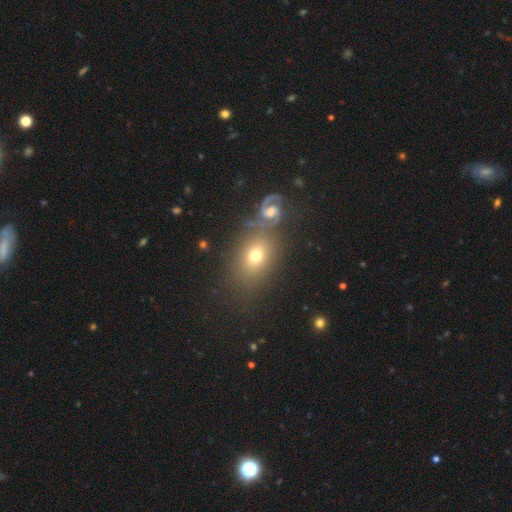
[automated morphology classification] This appears to be a smooth galaxy with no disk features (60%) that is in between round and cigar-shaped (63%). Merging: none (57%).